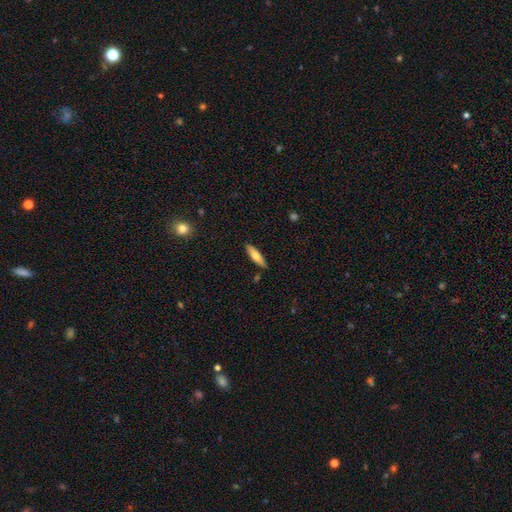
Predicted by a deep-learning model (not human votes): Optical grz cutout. It shows a smooth galaxy with no disk features (67%) that is cigar-shaped (70%). Merging: none (87%).